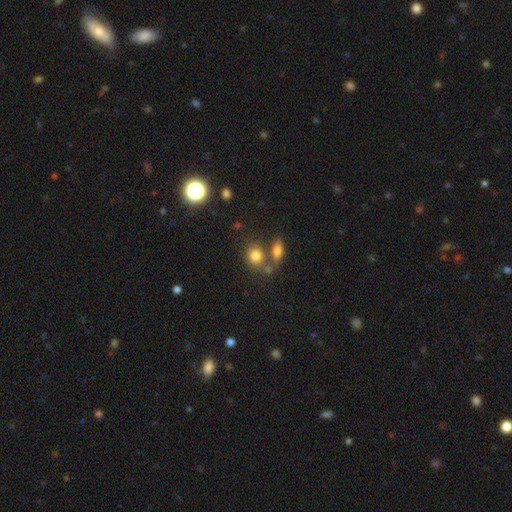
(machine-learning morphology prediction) This is likely a smooth galaxy (79%). How rounded: likely round (61%). Merging: possibly none (54%).